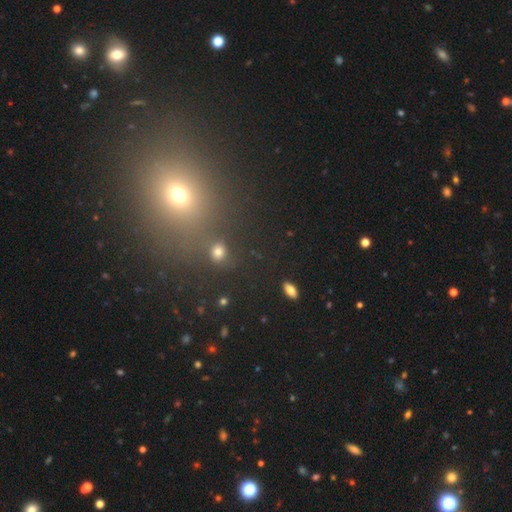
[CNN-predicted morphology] This is possibly a star or artifact rather than a galaxy (48%).